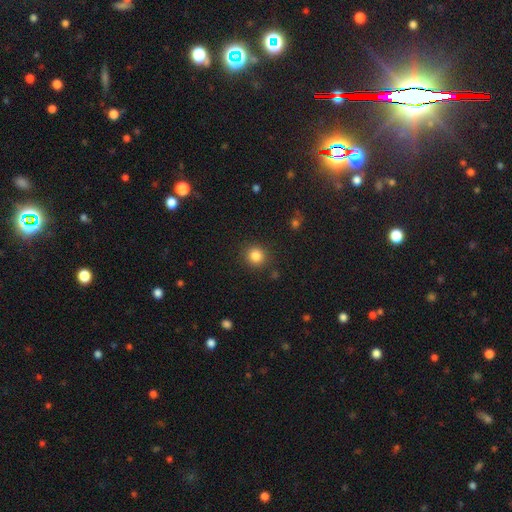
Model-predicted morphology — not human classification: Q: Smooth or featured?
A: smooth (84%); runner-up: star or artifact (11%)
Q: How rounded?
A: round (92%); runner-up: in between (7%)
Q: Merging?
A: none (89%); runner-up: minor disturbance (6%)